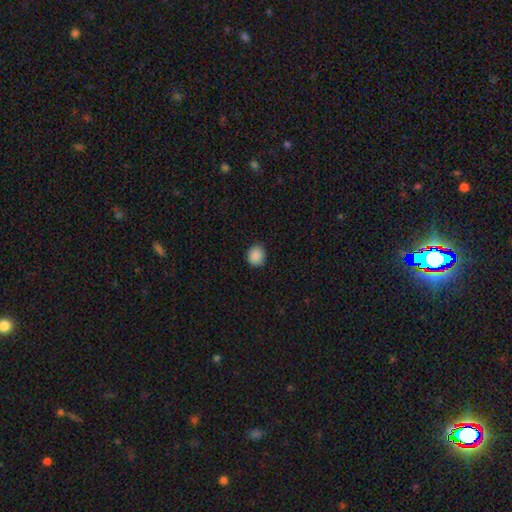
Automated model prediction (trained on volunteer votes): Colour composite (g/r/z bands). It shows a smooth galaxy with no disk features (88%) that is round (81%). Merging: none (88%).